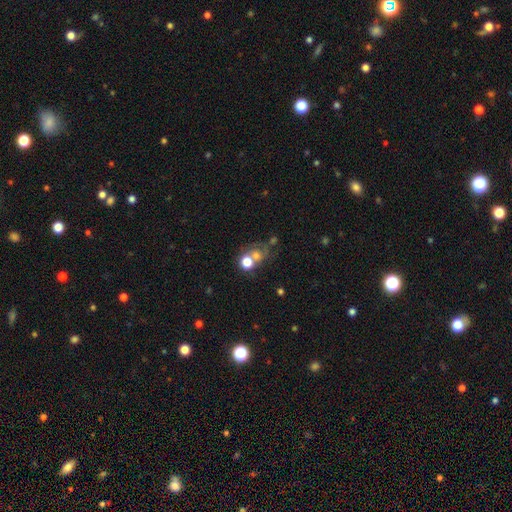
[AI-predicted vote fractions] Morphology: type=smooth (58%); roundness=round (71%); merging=merger (39%).